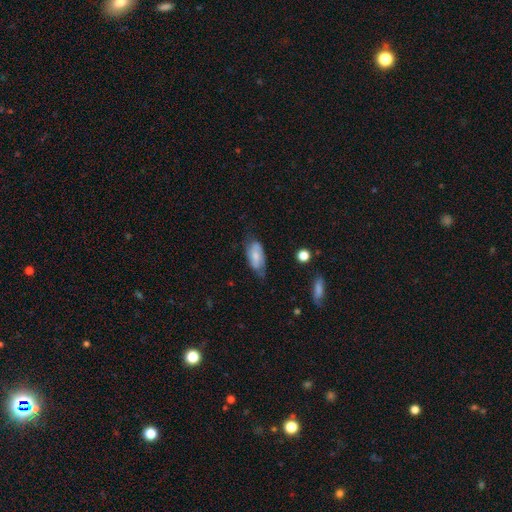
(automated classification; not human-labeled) Smooth or featured? smooth (61%)
How rounded? in between (88%)
Merging? none (54%)